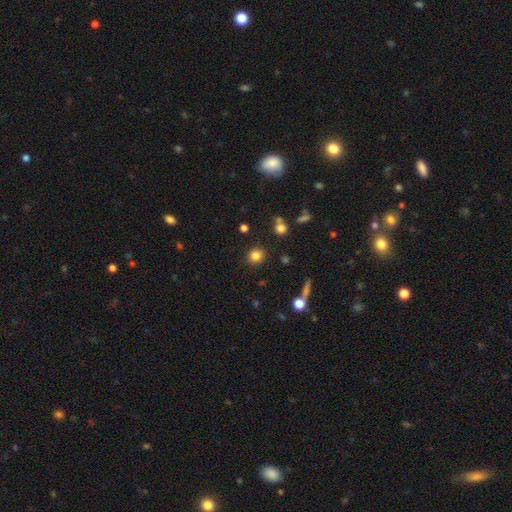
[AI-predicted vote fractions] Smooth or featured?
  - smooth: 82% *
  - star or artifact: 12%
  - featured or disk: 6%
How rounded?
  - round: 77% *
  - in between: 22%
  - cigar-shaped: 1%
Merging?
  - none: 87% *
  - minor disturbance: 8%
  - merger: 3%
  - major disturbance: 3%